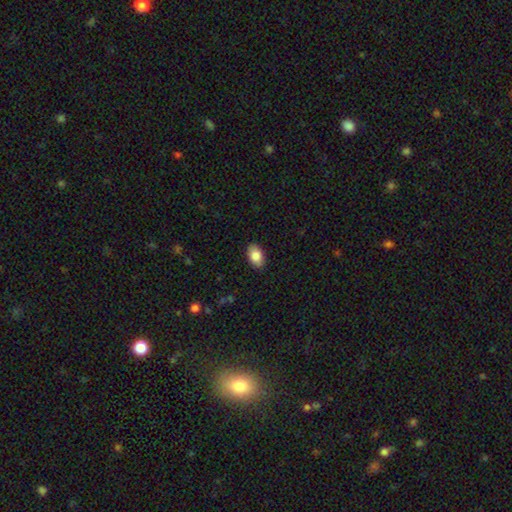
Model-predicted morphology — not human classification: Smooth or featured?
  - smooth: 86% *
  - featured or disk: 7%
  - star or artifact: 7%
How rounded?
  - in between: 91% *
  - round: 8%
  - cigar-shaped: 1%
Merging?
  - none: 89% *
  - minor disturbance: 8%
  - major disturbance: 2%
  - merger: 1%